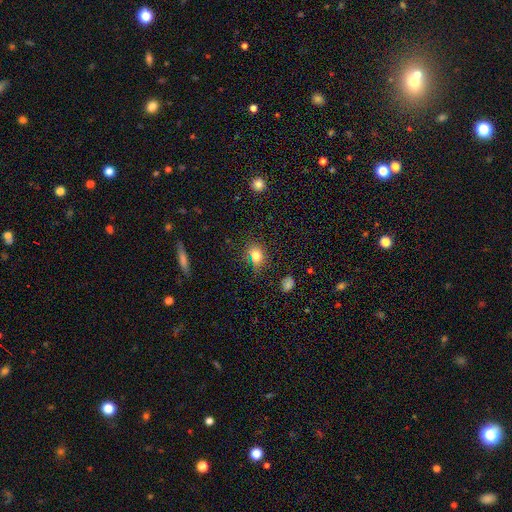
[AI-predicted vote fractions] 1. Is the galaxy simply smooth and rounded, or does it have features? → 78% smooth, 14% star or artifact, 8% featured or disk.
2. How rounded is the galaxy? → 59% round, 39% in between, 2% cigar-shaped.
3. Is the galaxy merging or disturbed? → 77% none, 16% minor disturbance, 5% major disturbance, 2% merger.